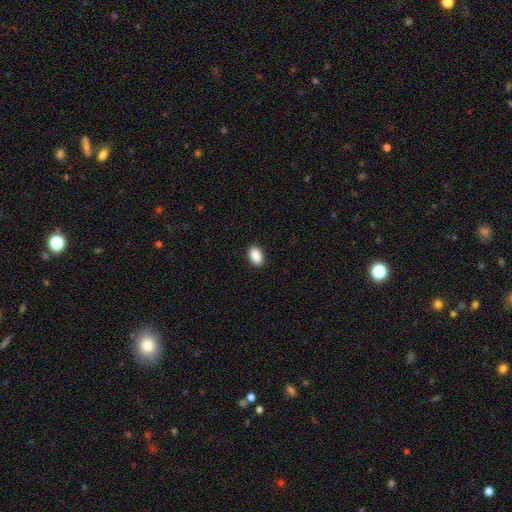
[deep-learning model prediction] Overall: smooth (90%). How rounded: in between (91%). Merging: none (91%).